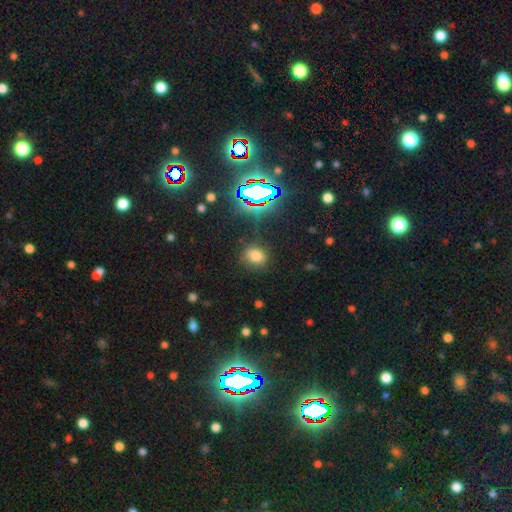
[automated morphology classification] smooth_or_featured: smooth (p=0.70) [alt: star or artifact p=0.22]
how_rounded: in between (p=0.51) [alt: round p=0.48]
merging: none (p=0.79) [alt: minor disturbance p=0.14]